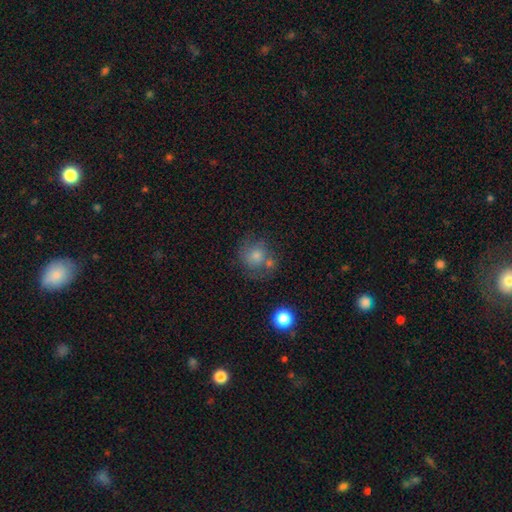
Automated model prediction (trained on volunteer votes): Smooth or featured? Predicted: smooth (p=0.59). How rounded? Predicted: round (p=0.81). Merging? Predicted: none (p=0.55).